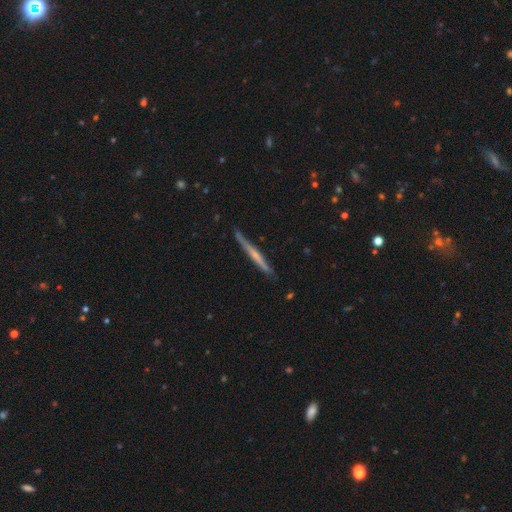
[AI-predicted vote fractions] Smooth or featured? Predicted: featured or disk (p=0.62). Edge-on disk? Predicted: yes (p=0.97). Edge-on bulge? Predicted: none (p=0.54). Merging? Predicted: none (p=0.85).